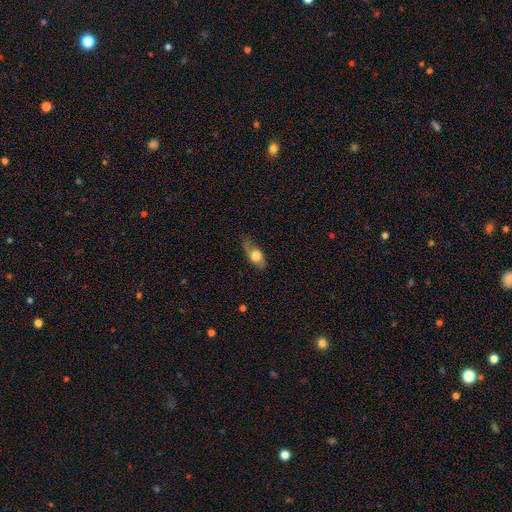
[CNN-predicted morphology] A smooth galaxy with no disk features (53%) that is in between round and cigar-shaped (72%).

Vote fractions:
- Smooth or featured? smooth: 53% / featured or disk: 39% / star or artifact: 8%
- How rounded? in between: 72% / round: 16% / cigar-shaped: 12%
- Merging? none: 61% / minor disturbance: 26% / major disturbance: 11% / merger: 2%